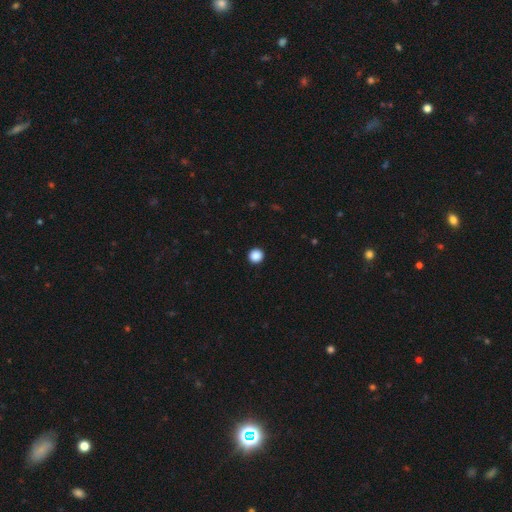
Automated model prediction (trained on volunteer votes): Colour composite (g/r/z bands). It shows a smooth galaxy with no disk features (88%) that is round (96%). Merging: none (94%).